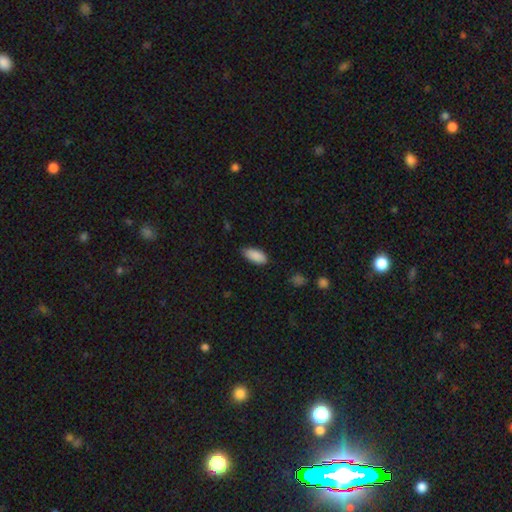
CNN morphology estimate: Q: Smooth or featured?
A: smooth (90%); runner-up: star or artifact (7%)
Q: How rounded?
A: in between (87%); runner-up: cigar-shaped (11%)
Q: Merging?
A: none (82%); runner-up: minor disturbance (14%)